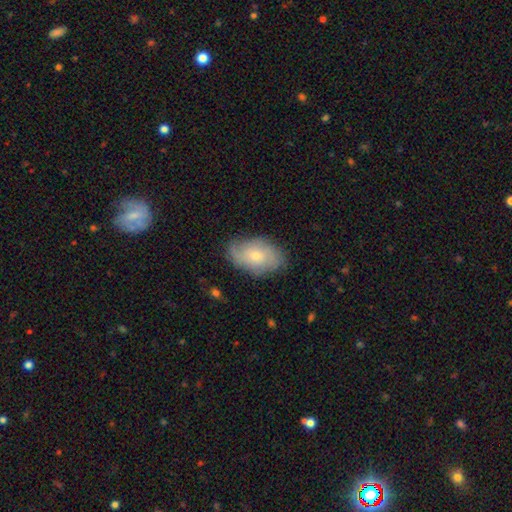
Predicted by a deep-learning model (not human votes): Q: Smooth or featured?
A: featured or disk (48%); runner-up: smooth (45%)
Q: Merging?
A: none (72%); runner-up: minor disturbance (21%)